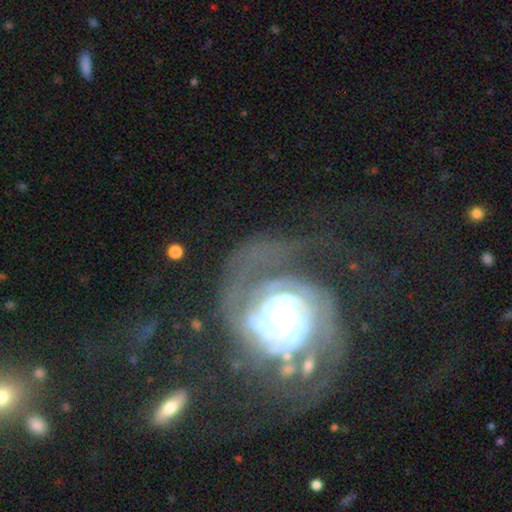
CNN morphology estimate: type=featured or disk (88%); edge-on=no (98%); bar=no (60%); spiral arms=yes (95%); winding=tight (63%); arm count=2 (45%); bulge=moderate (44%); merging=none (49%).